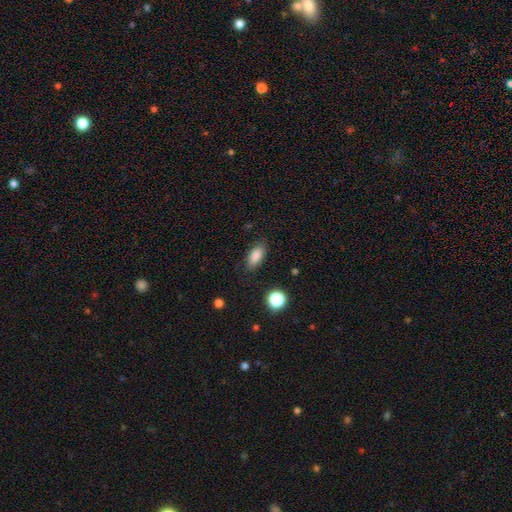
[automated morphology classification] This is clearly a smooth galaxy (84%). How rounded: clearly in between (83%). Merging: clearly none (83%).